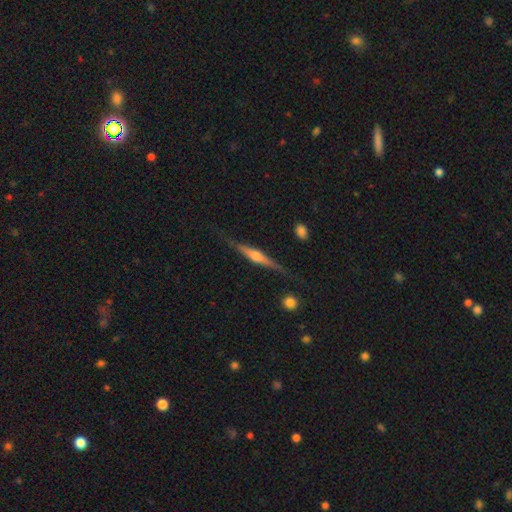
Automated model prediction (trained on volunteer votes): smooth-or-featured: featured or disk: 78% | smooth: 16% | star or artifact: 6%
  disk-edge-on: yes: 98% | no: 2%
    edge-on-bulge: rounded: 87% | boxy: 8% | none: 5%
  merging: none: 83% | minor disturbance: 12% | major disturbance: 3% | merger: 2%